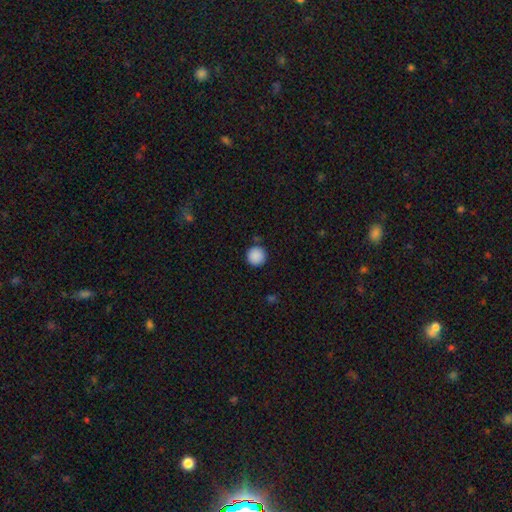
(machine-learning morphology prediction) smooth 89%, star or artifact 9%, featured or disk 3%. Down the decision tree: how rounded — round (96%); merging — none (88%).